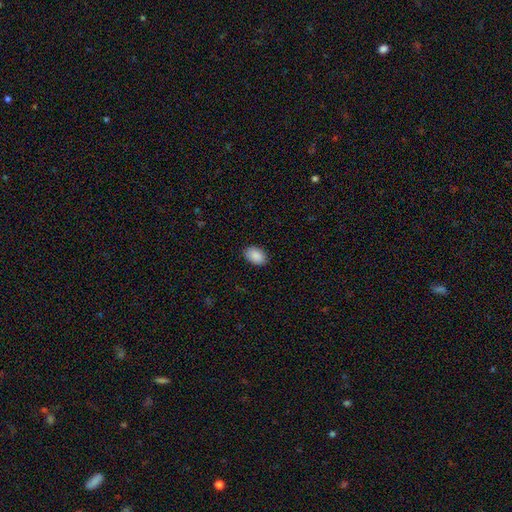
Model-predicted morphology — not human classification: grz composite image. It shows a smooth galaxy with no disk features (90%) that is in between round and cigar-shaped (85%). Merging: none (87%).